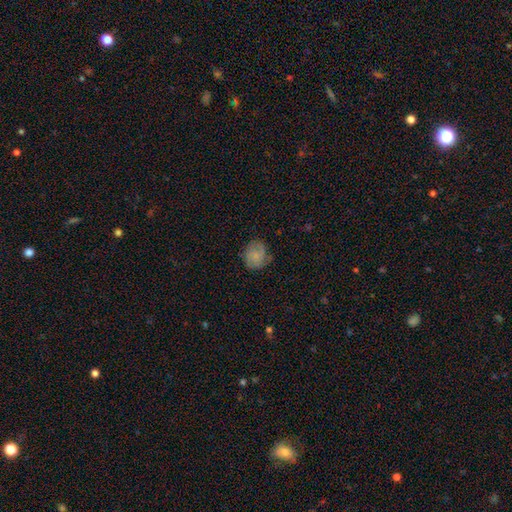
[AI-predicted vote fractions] A smooth galaxy with no disk features (62%) that is round (71%). Merging: none (69%).